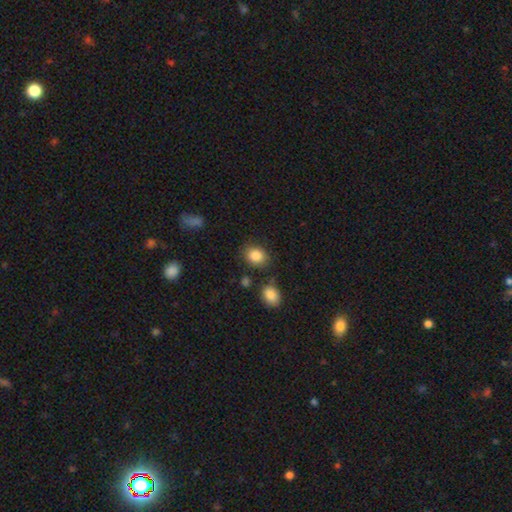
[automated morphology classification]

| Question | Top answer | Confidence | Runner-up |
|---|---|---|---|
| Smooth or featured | smooth | 86% | star or artifact (9%) |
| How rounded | round | 55% | in between (44%) |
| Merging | none | 78% | minor disturbance (13%) |